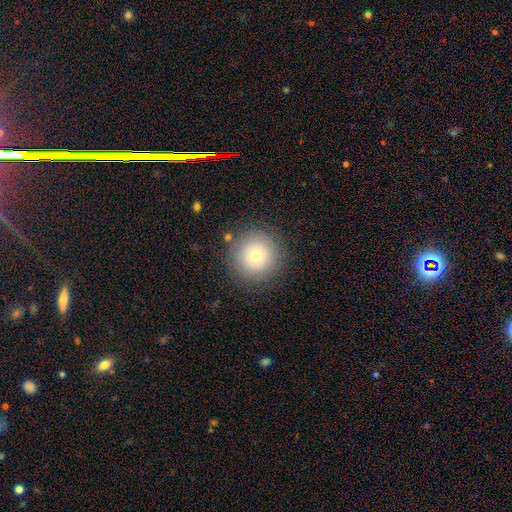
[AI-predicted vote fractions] Morphology: type=smooth (72%); roundness=round (96%); merging=none (87%).